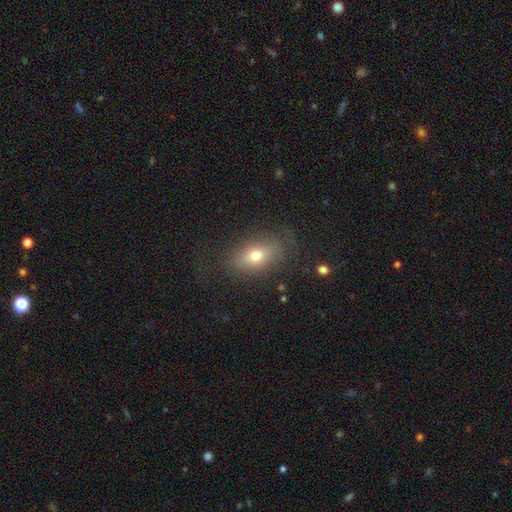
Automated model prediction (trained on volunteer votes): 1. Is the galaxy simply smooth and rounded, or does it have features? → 71% smooth, 18% featured or disk, 11% star or artifact.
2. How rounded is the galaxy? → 83% in between, 11% round, 6% cigar-shaped.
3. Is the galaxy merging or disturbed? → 75% none, 16% minor disturbance, 7% major disturbance, 2% merger.